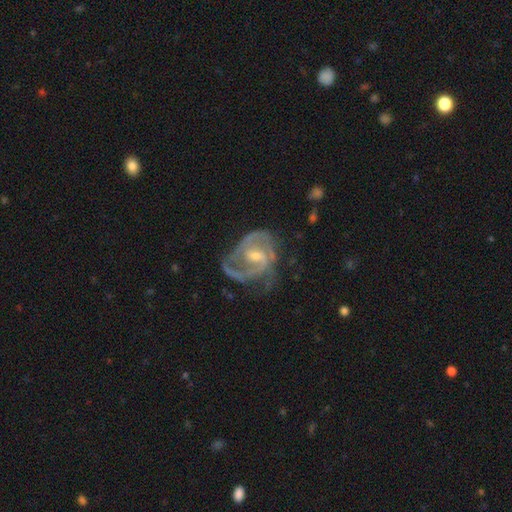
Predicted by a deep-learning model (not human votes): smooth_or_featured: featured or disk (p=0.88) [alt: smooth p=0.06]
disk_edge_on: no (p=0.97) [alt: yes p=0.03]
bar: weak (p=0.53) [alt: no p=0.31]
has_spiral_arms: yes (p=0.95) [alt: no p=0.05]
spiral_winding: medium (p=0.48) [alt: tight p=0.39]
spiral_arm_count: 2 (p=0.53) [alt: 3 p=0.20]
bulge_size: moderate (p=0.51) [alt: small p=0.43]
merging: none (p=0.50) [alt: major disturbance p=0.24]